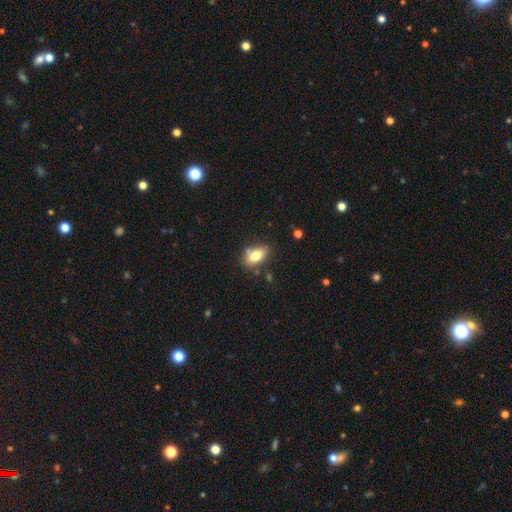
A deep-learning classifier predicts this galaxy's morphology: smooth_or_featured: smooth (p=0.78) [alt: featured or disk p=0.14]
how_rounded: in between (p=0.88) [alt: round p=0.07]
merging: none (p=0.71) [alt: minor disturbance p=0.18]